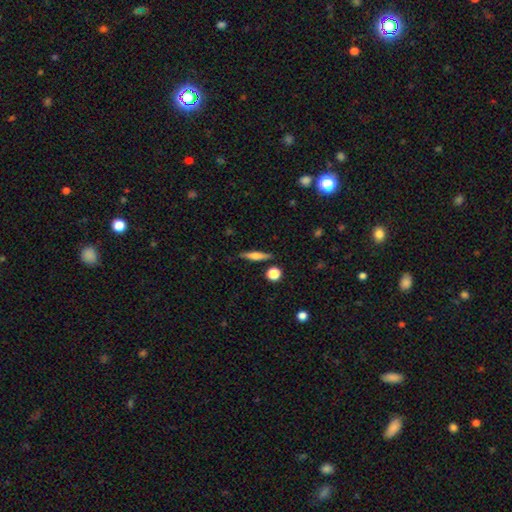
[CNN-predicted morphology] A smooth galaxy with no disk features (46%, tied with featured or disk).

Vote fractions:
- Smooth or featured? smooth: 46% (tied) / featured or disk: 46% (tied) / star or artifact: 8%
- Merging? none: 86% / minor disturbance: 9% / merger: 3% / major disturbance: 2%